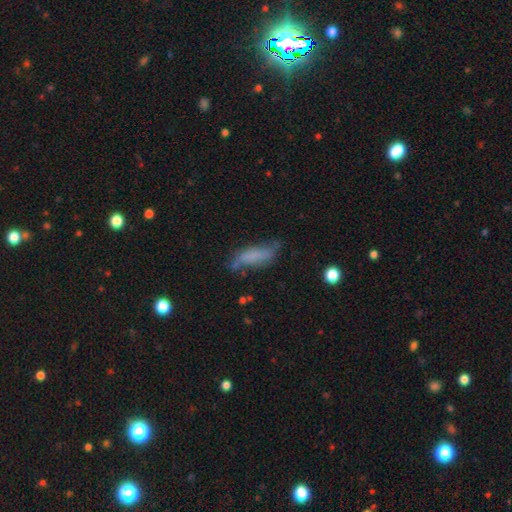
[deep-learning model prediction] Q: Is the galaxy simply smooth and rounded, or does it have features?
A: smooth — 61%.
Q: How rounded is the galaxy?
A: in between — 50%.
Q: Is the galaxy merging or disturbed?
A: none — 48%.